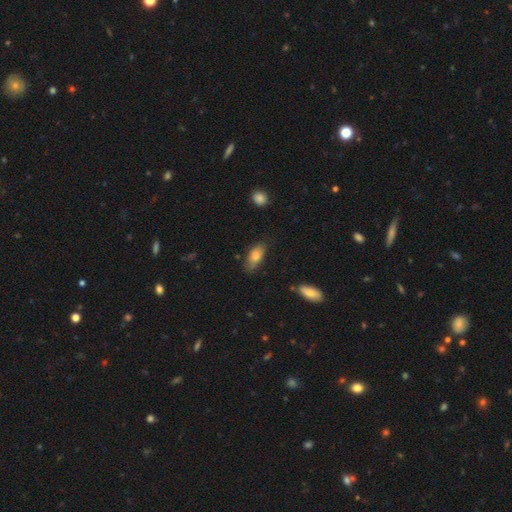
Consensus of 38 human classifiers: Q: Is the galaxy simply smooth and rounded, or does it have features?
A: smooth — 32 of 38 (84%).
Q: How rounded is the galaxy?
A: in between — 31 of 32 (97%).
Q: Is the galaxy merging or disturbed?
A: none — 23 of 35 (66%).